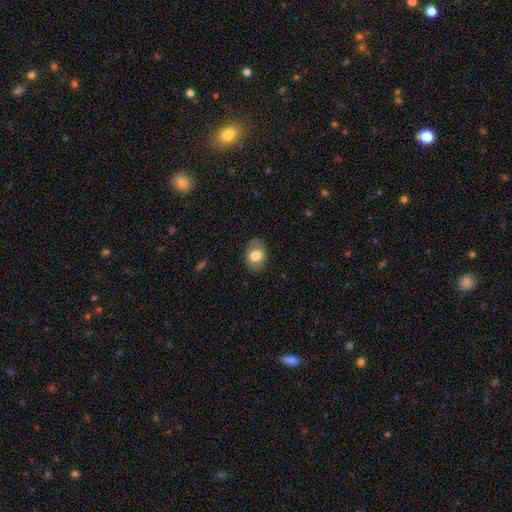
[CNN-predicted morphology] The model was most divided on "smooth or featured": smooth: 72%, featured or disk: 21%, star or artifact: 7%. More confident: merging — none (84%); how rounded — in between (77%).